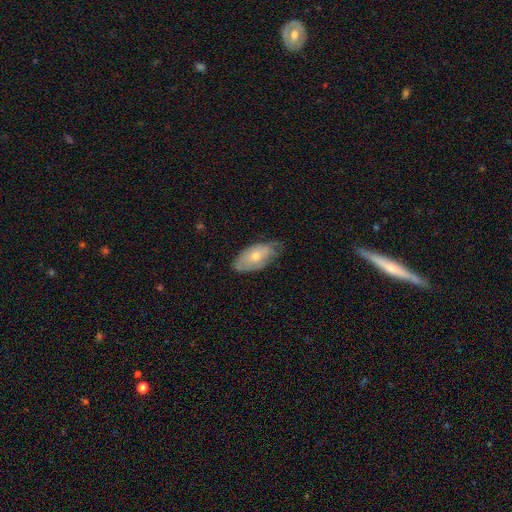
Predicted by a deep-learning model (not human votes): smooth-or-featured: smooth: 53% | featured or disk: 41% | star or artifact: 7%
  how-rounded: in between: 90% | cigar-shaped: 7% | round: 3%
  merging: none: 64% | minor disturbance: 29% | major disturbance: 5% | merger: 1%